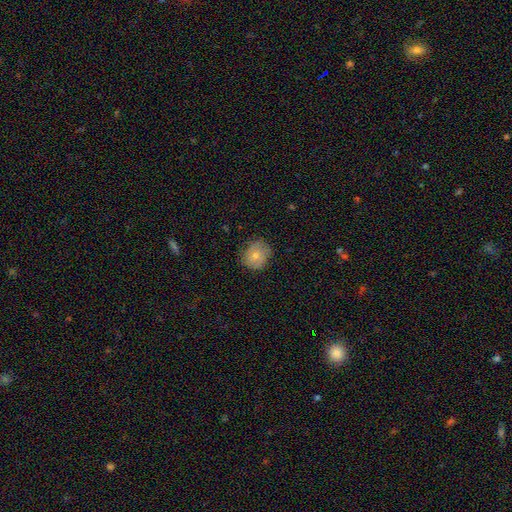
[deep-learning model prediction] A smooth galaxy with no disk features (70%) that is round (71%).

Vote fractions:
- Smooth or featured? smooth: 70% / featured or disk: 22% / star or artifact: 8%
- How rounded? round: 71% / in between: 28% / cigar-shaped: 1%
- Merging? none: 72% / minor disturbance: 22% / major disturbance: 5% / merger: 1%